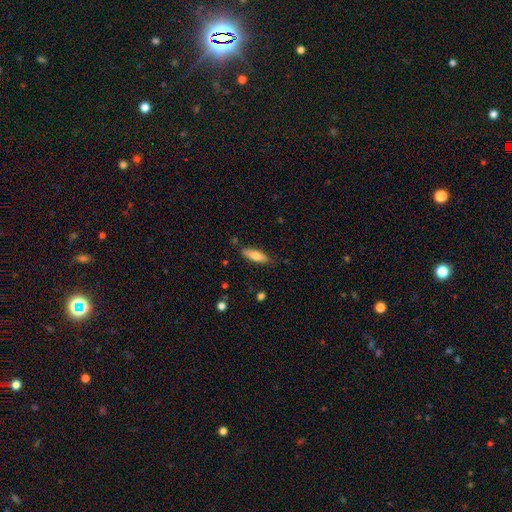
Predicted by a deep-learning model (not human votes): This appears to be a smooth galaxy with no disk features (74%) that is in between round and cigar-shaped (50%). Merging: none (82%).